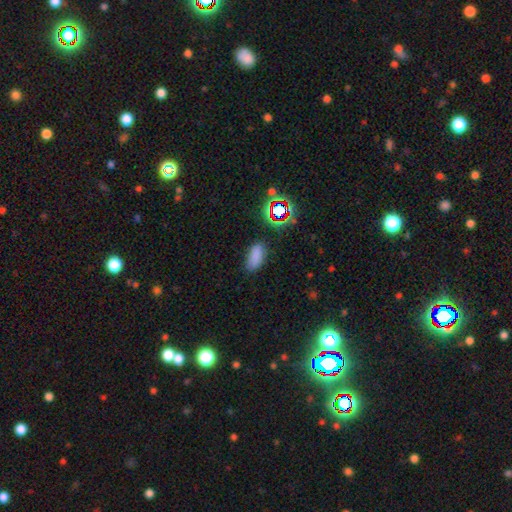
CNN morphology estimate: This appears to be a smooth galaxy with no disk features (76%) that is in between round and cigar-shaped (88%). Merging: none (77%).